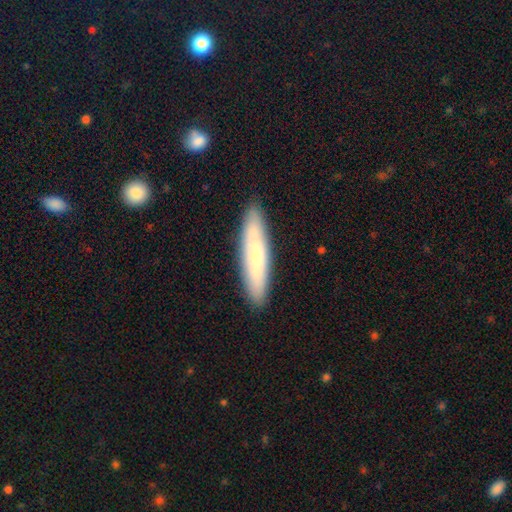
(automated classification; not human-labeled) The model was most divided on "smooth or featured": smooth: 68%, featured or disk: 26%, star or artifact: 6%. More confident: merging — none (89%); how rounded — cigar-shaped (84%).